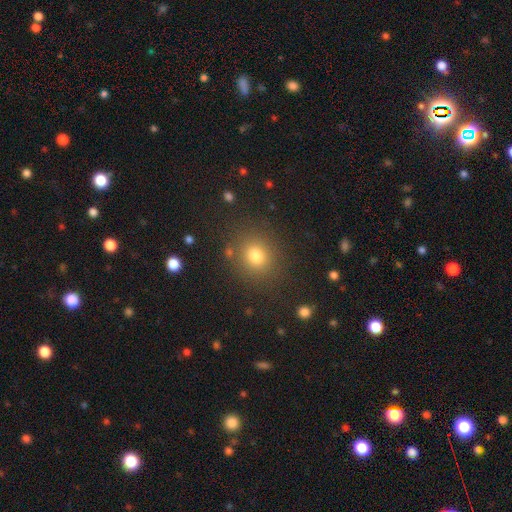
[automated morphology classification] smooth 77%, star or artifact 16%, featured or disk 8%. Down the decision tree: how rounded — round (79%); merging — none (84%).